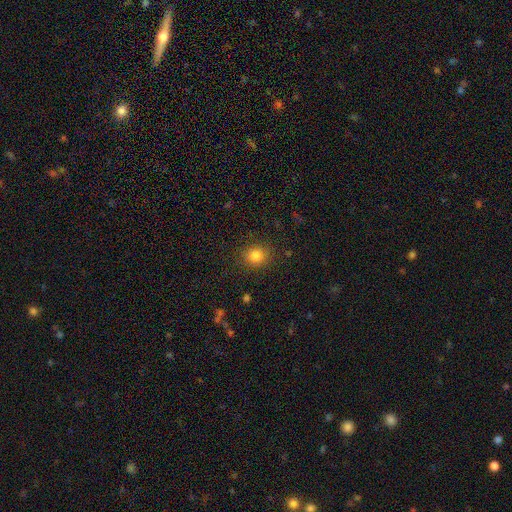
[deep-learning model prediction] smooth-or-featured: smooth: 83% | star or artifact: 12% | featured or disk: 5%
  how-rounded: round: 83% | in between: 16% | cigar-shaped: 1%
  merging: none: 87% | minor disturbance: 8% | major disturbance: 3% | merger: 1%